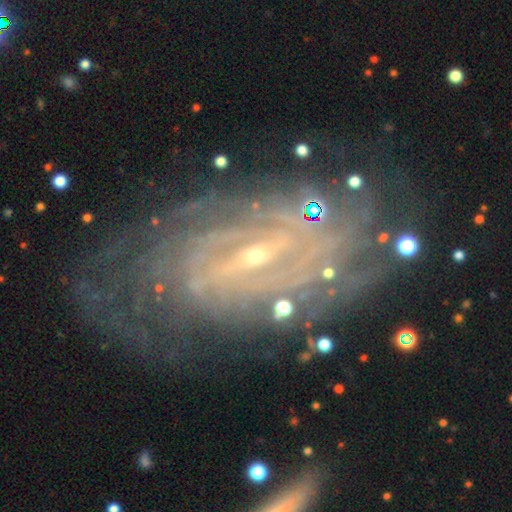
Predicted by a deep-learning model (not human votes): This is clearly a featured or disk galaxy (83%). It is clearly not viewed edge-on (92%). Bar: marginally weak (45%). Spiral arm pattern: clearly yes (91%). Spiral arm count: possibly can't tell (49%). Spiral winding: likely tight (71%). Central bulge: likely small (79%). Merging: likely none (67%).